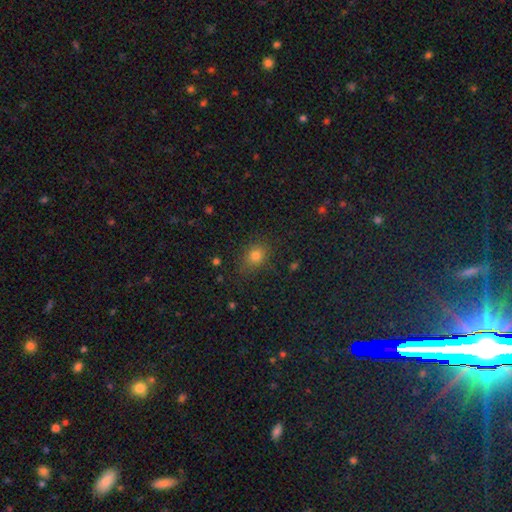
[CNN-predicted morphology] smooth 75%, star or artifact 18%, featured or disk 7%. Down the decision tree: how rounded — round (53%); merging — none (80%).